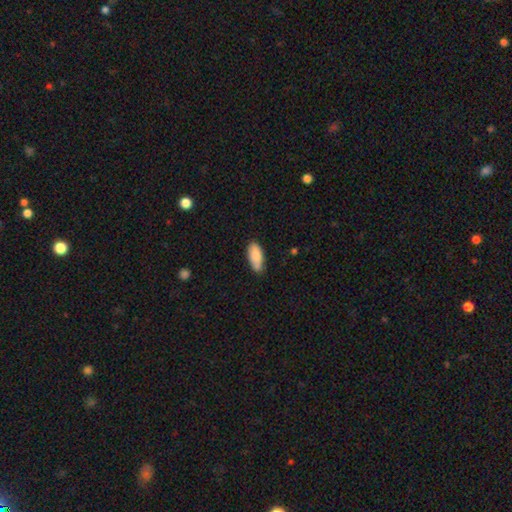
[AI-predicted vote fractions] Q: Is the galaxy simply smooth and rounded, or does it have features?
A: smooth — 86%.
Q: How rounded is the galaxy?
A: in between — 83%.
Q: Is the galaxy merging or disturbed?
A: none — 73%.